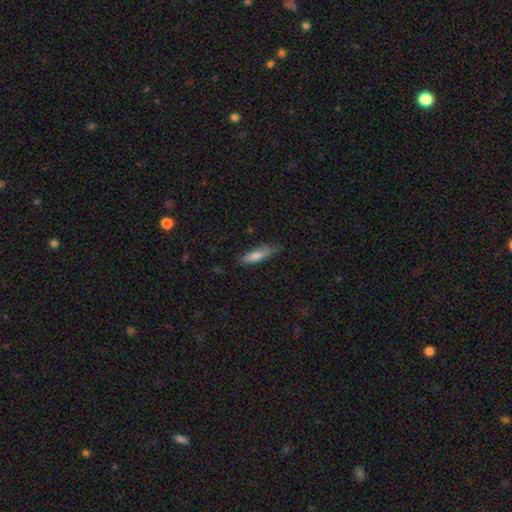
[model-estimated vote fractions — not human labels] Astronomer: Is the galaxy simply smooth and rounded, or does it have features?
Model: smooth — 73%.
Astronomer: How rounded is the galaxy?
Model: cigar-shaped — 69%.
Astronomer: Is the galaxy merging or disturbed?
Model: none — 70%.